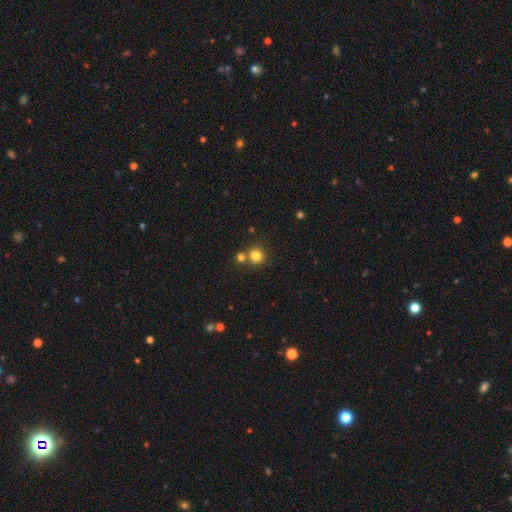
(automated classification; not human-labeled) A smooth galaxy with no disk features (81%) that is round (90%). Merging: none (66%).